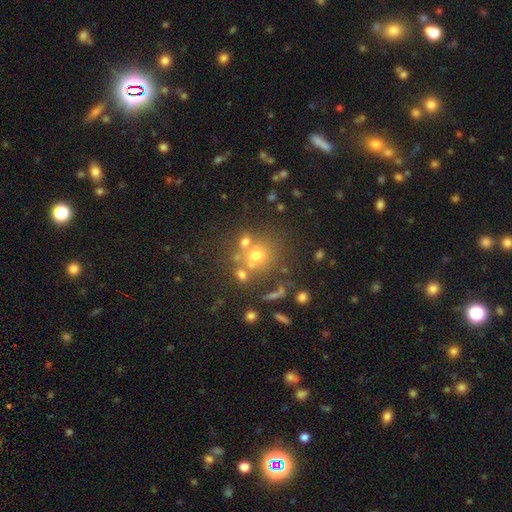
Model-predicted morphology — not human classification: A smooth galaxy with no disk features (61%) that is round (85%).

Vote fractions:
- Smooth or featured? smooth: 61% / star or artifact: 21% / featured or disk: 18%
- How rounded? round: 85% / in between: 14% / cigar-shaped: 1%
- Merging? none: 59% / merger: 24% / minor disturbance: 11% / major disturbance: 6%